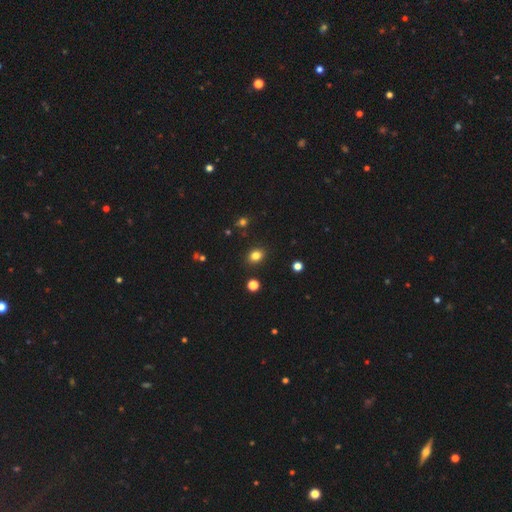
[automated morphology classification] A smooth galaxy with no disk features (82%) that is round (52%).

Vote fractions:
- Smooth or featured? smooth: 82% / star or artifact: 13% / featured or disk: 5%
- How rounded? round: 52% / in between: 48% / cigar-shaped: 1%
- Merging? none: 89% / minor disturbance: 7% / major disturbance: 2% / merger: 2%